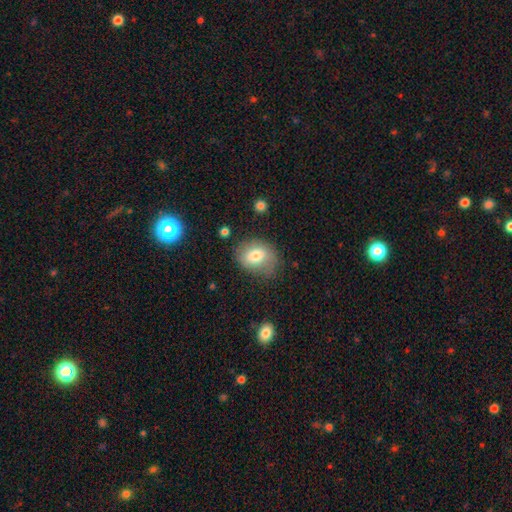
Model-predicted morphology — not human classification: Q: Smooth or featured?
A: smooth (72%); runner-up: featured or disk (19%)
Q: How rounded?
A: in between (58%); runner-up: round (41%)
Q: Merging?
A: none (65%); runner-up: minor disturbance (24%)